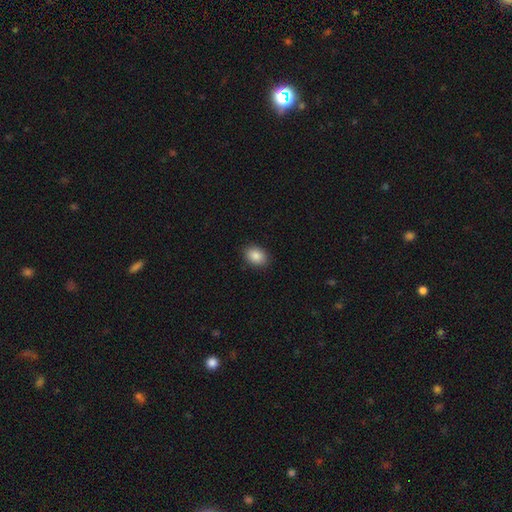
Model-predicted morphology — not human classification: A smooth galaxy with no disk features (87%) that is in between round and cigar-shaped (73%). Merging: none (89%).